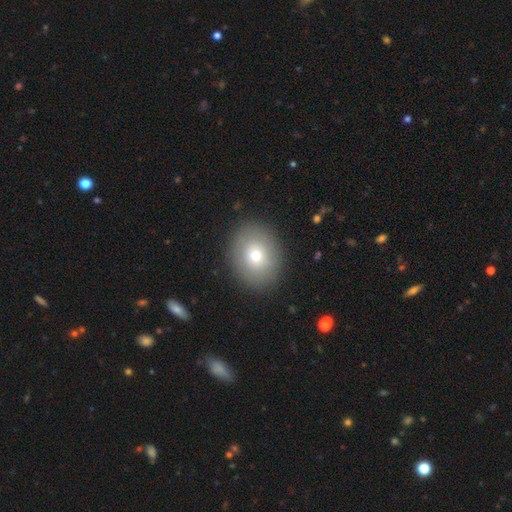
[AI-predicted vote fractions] smooth 71%, featured or disk 18%, star or artifact 10%. Down the decision tree: how rounded — round (54%); merging — none (87%).